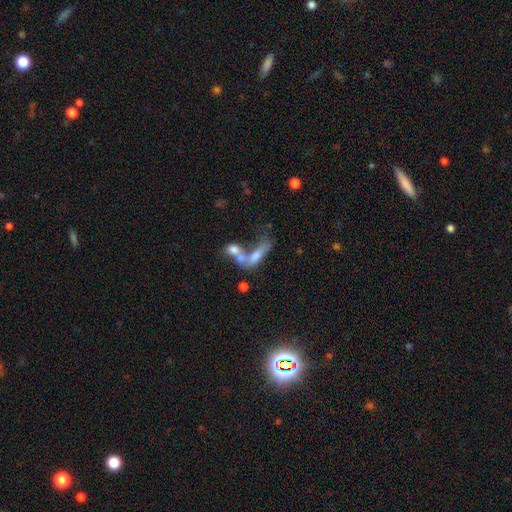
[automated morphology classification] smooth 56%, featured or disk 32%, star or artifact 11%. Down the decision tree: how rounded — in between (54%); merging — merger (62%).